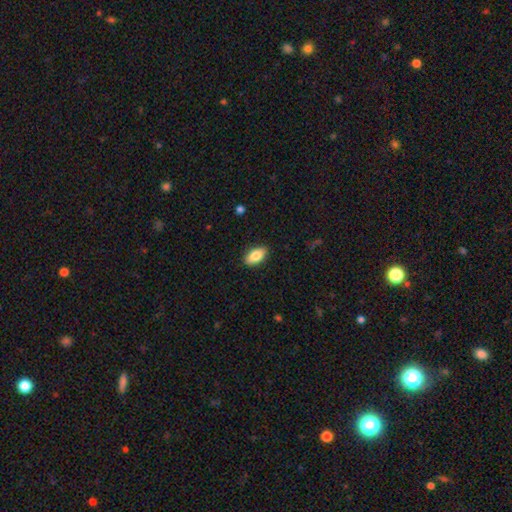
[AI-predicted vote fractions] smooth_or_featured: smooth (p=0.85) [alt: featured or disk p=0.09]
how_rounded: in between (p=0.92) [alt: cigar-shaped p=0.05]
merging: none (p=0.89) [alt: minor disturbance p=0.08]